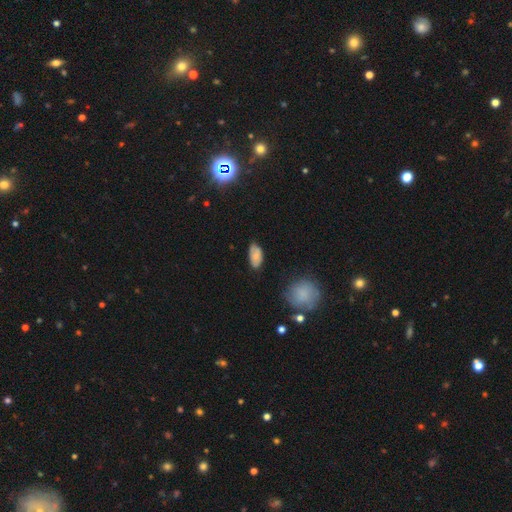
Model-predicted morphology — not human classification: smooth-or-featured: smooth: 71% | featured or disk: 21% | star or artifact: 8%
  how-rounded: in between: 93% | round: 4% | cigar-shaped: 3%
  merging: none: 72% | minor disturbance: 22% | major disturbance: 4% | merger: 2%